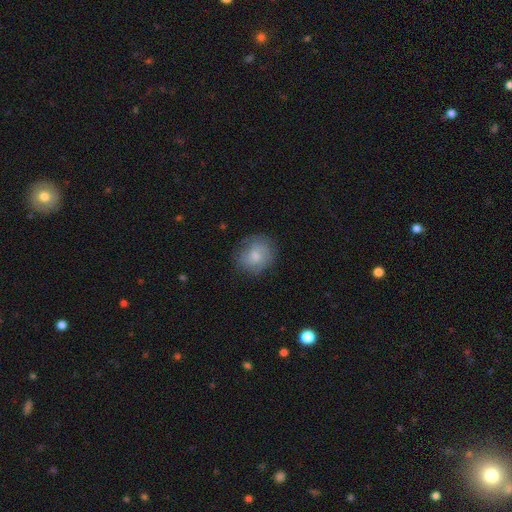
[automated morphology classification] Smooth or featured? smooth (68%)
How rounded? round (73%)
Merging? none (71%)